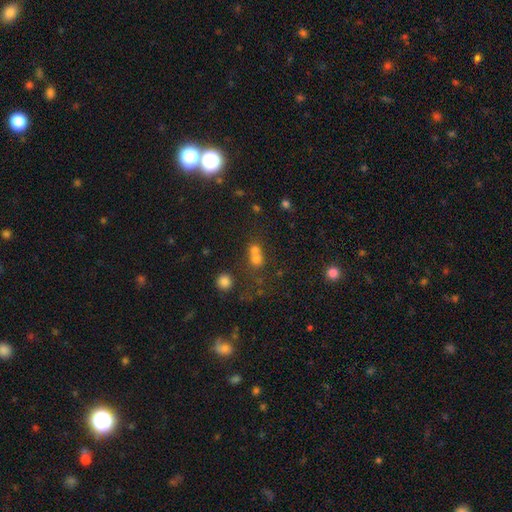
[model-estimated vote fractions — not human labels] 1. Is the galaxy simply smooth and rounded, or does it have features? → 67% smooth, 18% star or artifact, 14% featured or disk.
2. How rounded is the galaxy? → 78% round, 21% in between, 1% cigar-shaped.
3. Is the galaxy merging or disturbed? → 59% merger, 32% none, 6% minor disturbance, 4% major disturbance.